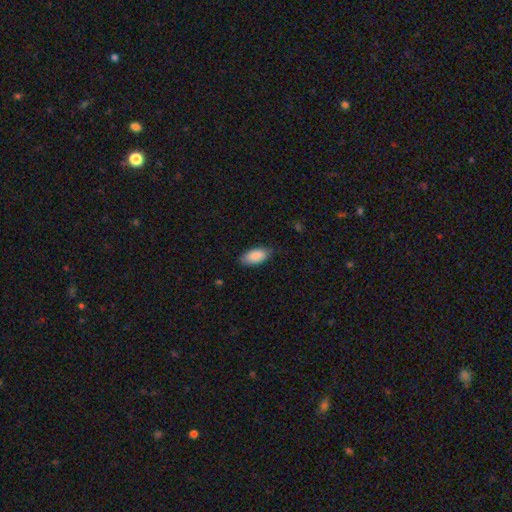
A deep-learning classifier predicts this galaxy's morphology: This appears to be a smooth galaxy with no disk features (89%) that is in between round and cigar-shaped (93%). Merging: none (79%).